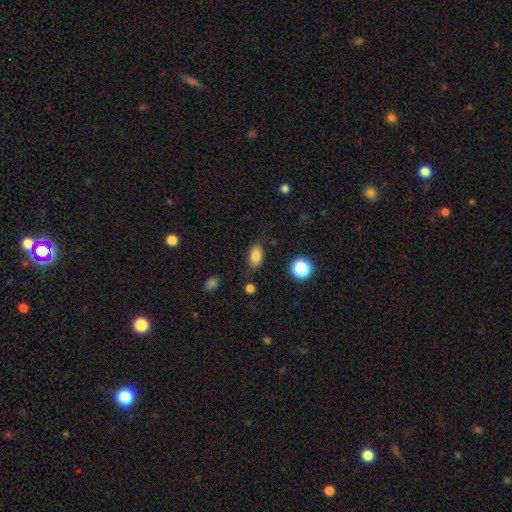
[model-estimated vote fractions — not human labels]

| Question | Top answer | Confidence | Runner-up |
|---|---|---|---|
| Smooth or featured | smooth | 82% | star or artifact (11%) |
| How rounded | in between | 86% | round (11%) |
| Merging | none | 81% | minor disturbance (13%) |